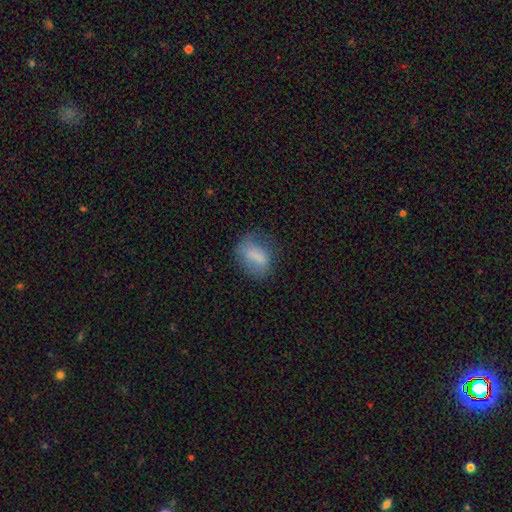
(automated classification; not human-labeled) Smooth or featured?
  - smooth: 74% *
  - featured or disk: 17%
  - star or artifact: 9%
How rounded?
  - in between: 72% *
  - round: 25%
  - cigar-shaped: 3%
Merging?
  - none: 54% *
  - minor disturbance: 27%
  - major disturbance: 16%
  - merger: 2%